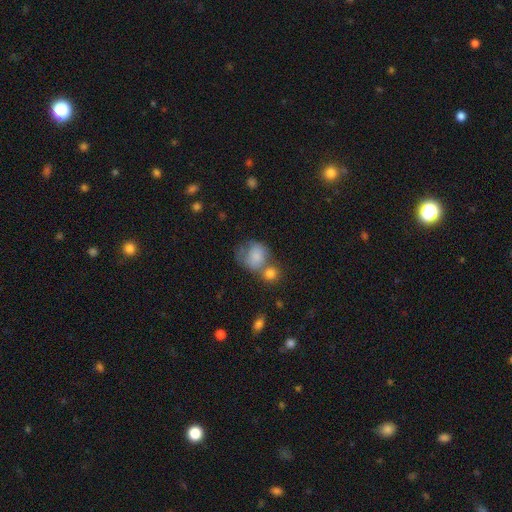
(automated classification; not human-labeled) smooth-or-featured: smooth: 75% | featured or disk: 17% | star or artifact: 8%
  how-rounded: round: 64% | in between: 35% | cigar-shaped: 1%
  merging: merger: 38% | none: 27% | minor disturbance: 19% | major disturbance: 16%